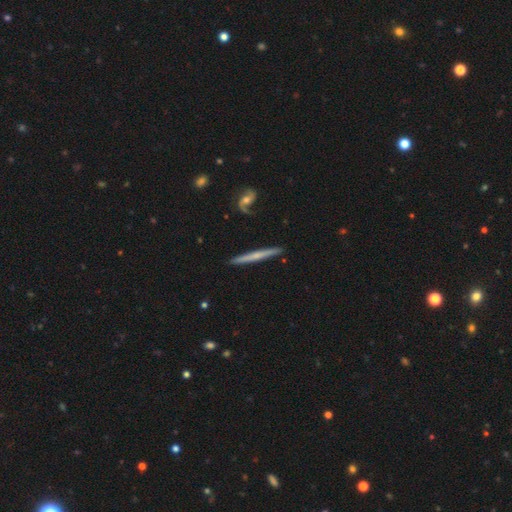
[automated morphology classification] smooth_or_featured: featured or disk (p=0.58) [alt: smooth p=0.37]
disk_edge_on: yes (p=0.95) [alt: no p=0.05]
edge_on_bulge: none (p=0.68) [alt: rounded p=0.28]
merging: none (p=0.90) [alt: minor disturbance p=0.07]